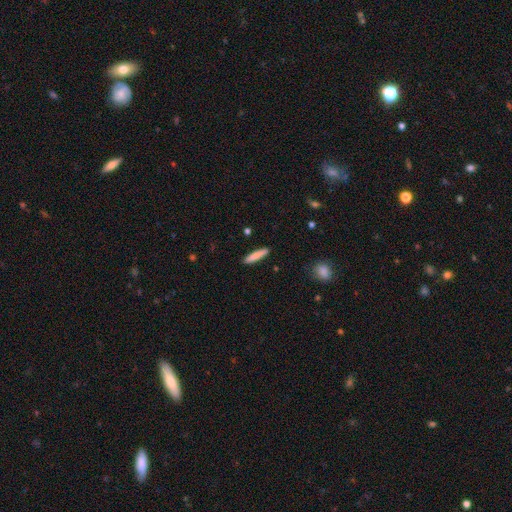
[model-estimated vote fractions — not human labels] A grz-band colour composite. It shows a smooth galaxy with no disk features (82%) that is cigar-shaped (87%). Merging: none (89%).